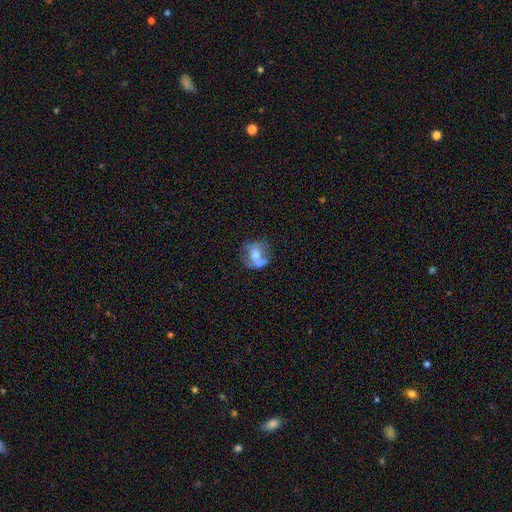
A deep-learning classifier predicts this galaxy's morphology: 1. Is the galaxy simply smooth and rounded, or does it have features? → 47% smooth, 43% featured or disk, 10% star or artifact.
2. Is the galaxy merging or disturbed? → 45% none, 21% minor disturbance, 18% merger, 16% major disturbance.